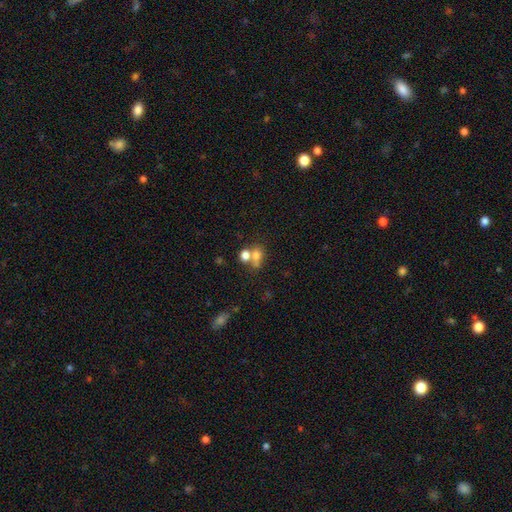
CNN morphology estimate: smooth_or_featured: smooth (p=0.70) [alt: featured or disk p=0.15]
how_rounded: round (p=0.55) [alt: in between p=0.43]
merging: merger (p=0.50) [alt: none p=0.35]